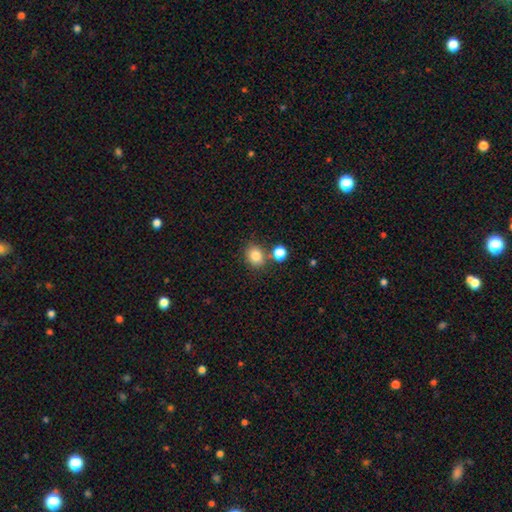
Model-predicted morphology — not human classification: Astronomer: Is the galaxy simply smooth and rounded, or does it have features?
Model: smooth — 83%.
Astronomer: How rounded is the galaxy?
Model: round — 61% (runner-up: in between, 38%).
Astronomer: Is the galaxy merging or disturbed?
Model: none — 70%.